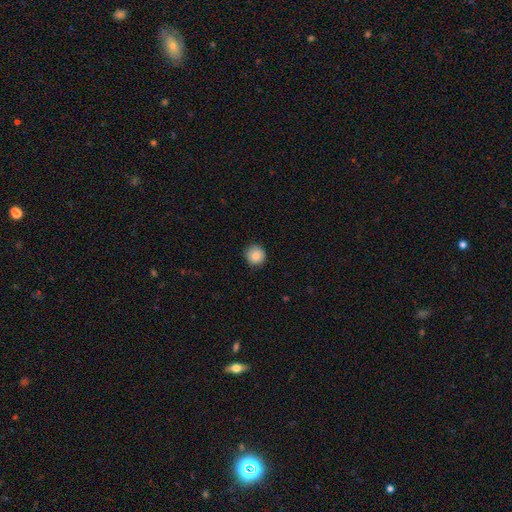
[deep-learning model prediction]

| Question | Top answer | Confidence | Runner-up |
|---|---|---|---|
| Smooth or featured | smooth | 87% | star or artifact (9%) |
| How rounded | round | 94% | in between (5%) |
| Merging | none | 89% | minor disturbance (8%) |